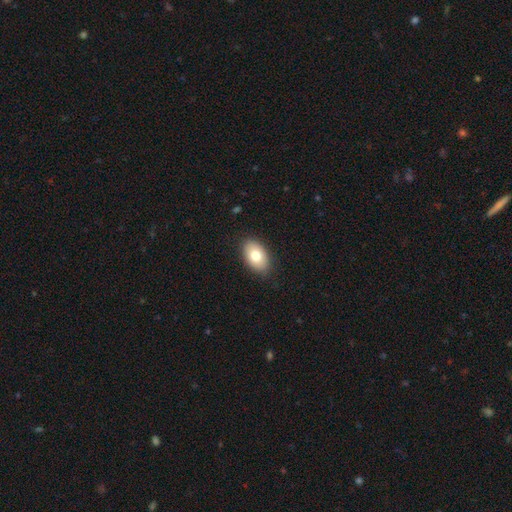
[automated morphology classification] A smooth galaxy with no disk features (77%) that is in between round and cigar-shaped (91%). Merging: none (87%).